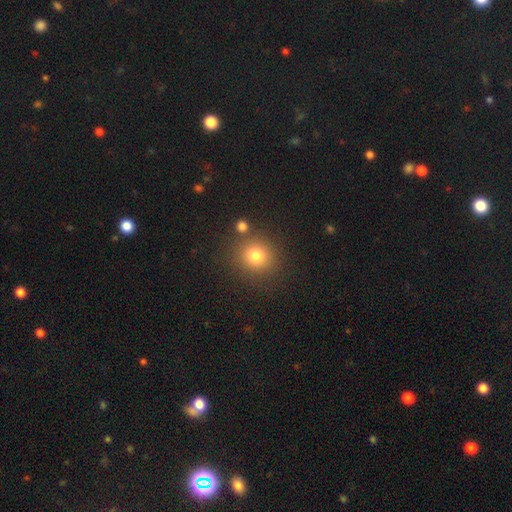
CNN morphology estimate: Q: Smooth or featured?
A: smooth (78%); runner-up: star or artifact (14%)
Q: How rounded?
A: round (88%); runner-up: in between (11%)
Q: Merging?
A: none (79%); runner-up: merger (9%)